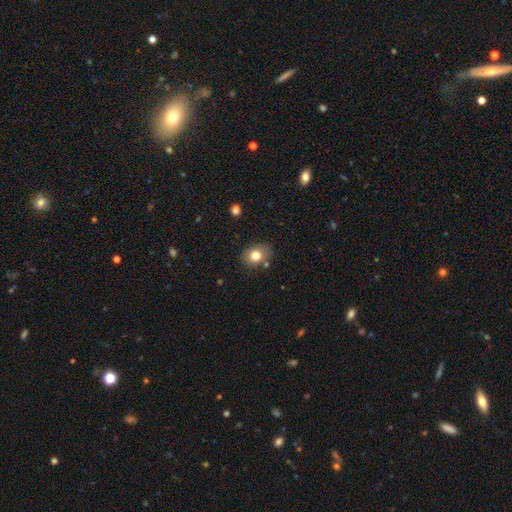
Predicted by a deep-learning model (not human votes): smooth-or-featured: smooth: 77% | featured or disk: 13% | star or artifact: 10%
  how-rounded: in between: 56% | round: 43% | cigar-shaped: 1%
  merging: none: 79% | minor disturbance: 13% | merger: 5% | major disturbance: 3%